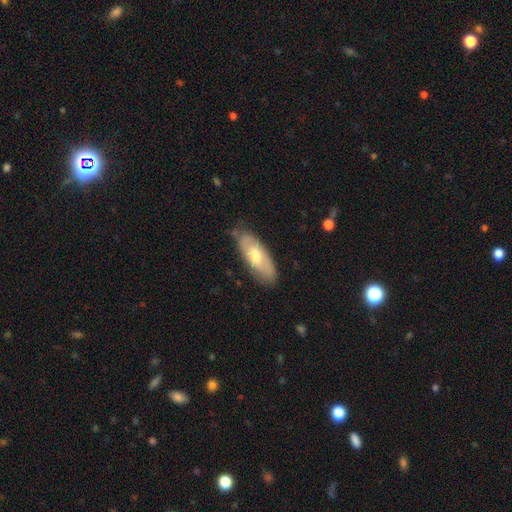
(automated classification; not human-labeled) This is possibly a smooth galaxy (51%). How rounded: likely in between (75%). Merging: likely none (76%).